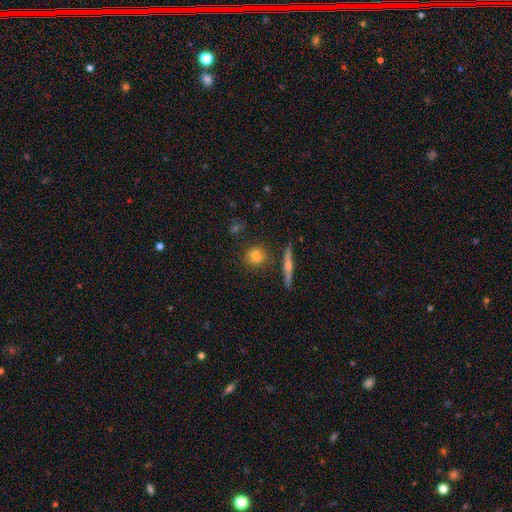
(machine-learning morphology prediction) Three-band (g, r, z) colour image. It shows a smooth galaxy with no disk features (69%) that is round (76%). Merging: none (80%).